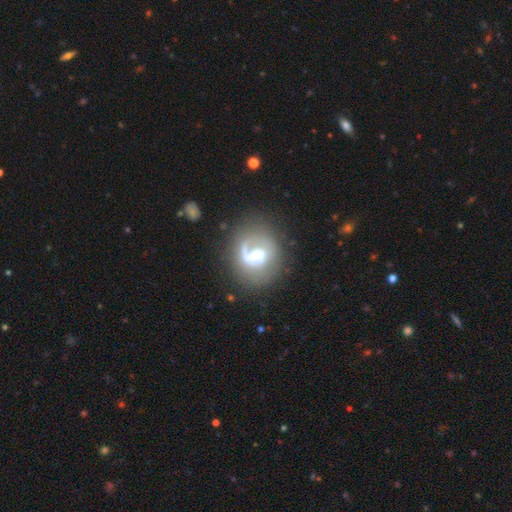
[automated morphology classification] A featured or disk galaxy (76%) with a weak bar (49%), 1 (64%) medium (40%) spiral arms (88%) and a moderate central bulge (59%).

Vote fractions:
- Smooth or featured? featured or disk: 76% / smooth: 17% / star or artifact: 6%
- Edge-on disk? no: 98% / yes: 2%
- Bar? weak: 49% / no: 35% / strong: 16%
- Spiral arms? yes: 88% / no: 12%
- Spiral winding? medium: 40% / loose: 31% / tight: 29%
- Spiral arm count? 1: 64% / 2: 26% / can't tell: 6% / 3: 2% / 4: 1% / more than 4: 1%
- Bulge size? moderate: 59% / small: 21% / large: 15% / none: 3% / dominant: 2%
- Merging? none: 65% / minor disturbance: 17% / major disturbance: 16% / merger: 3%